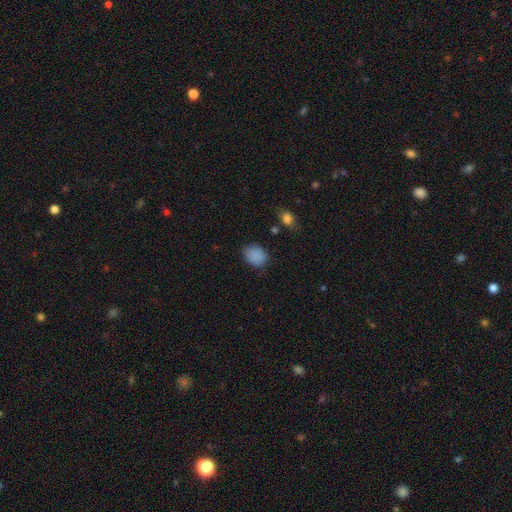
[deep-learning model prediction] A smooth galaxy with no disk features (87%) that is in between round and cigar-shaped (57%). Merging: none (76%).